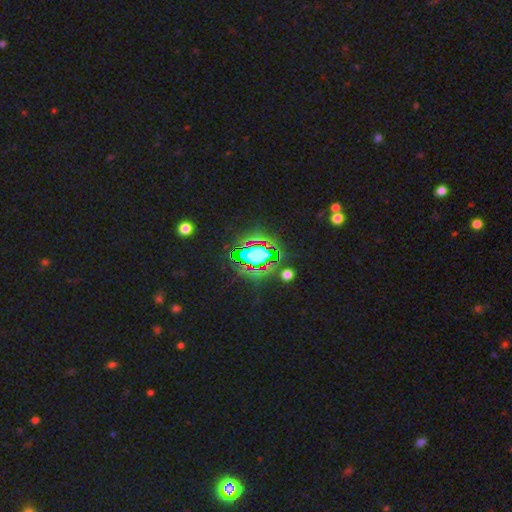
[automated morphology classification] type=star or artifact (64%).